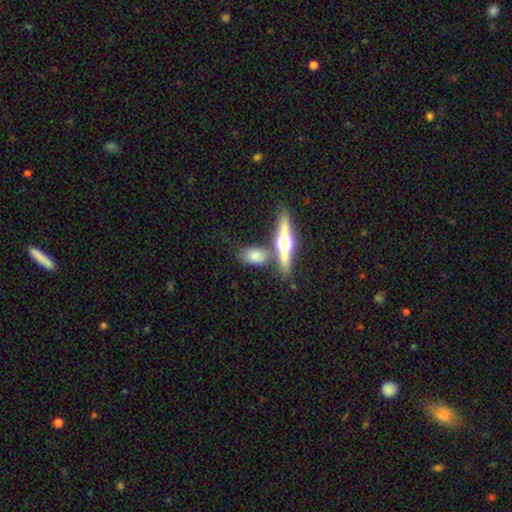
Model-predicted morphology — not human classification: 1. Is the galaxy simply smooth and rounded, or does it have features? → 59% smooth, 33% featured or disk, 8% star or artifact.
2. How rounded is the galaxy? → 70% in between, 18% cigar-shaped, 12% round.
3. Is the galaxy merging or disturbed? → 62% none, 21% merger, 13% minor disturbance, 4% major disturbance.